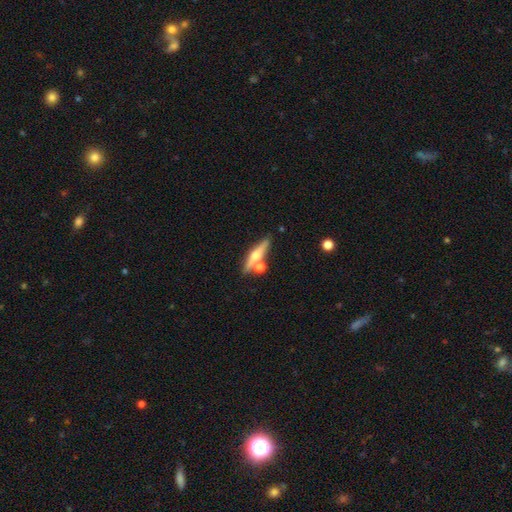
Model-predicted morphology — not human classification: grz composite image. It shows a featured or disk galaxy (57%) viewed edge-on (93%) with a rounded central bulge (92%). Merging: none (69%).